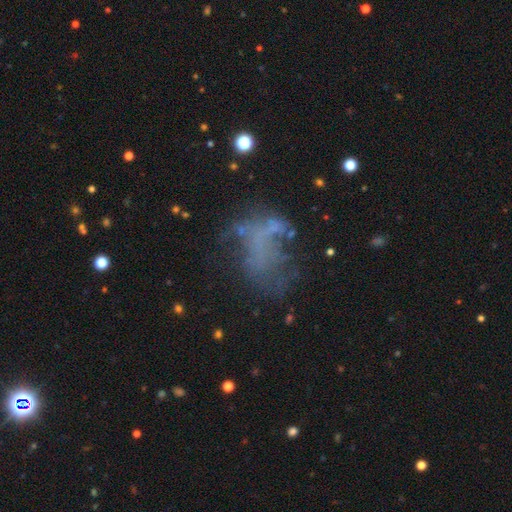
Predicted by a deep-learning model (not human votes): Smooth or featured?
  - featured or disk: 41% *
  - star or artifact: 33%
  - smooth: 26%
Merging?
  - none: 41% *
  - major disturbance: 33%
  - minor disturbance: 19%
  - merger: 7%